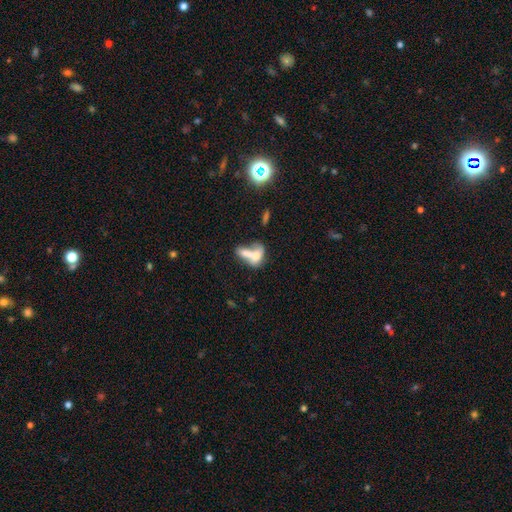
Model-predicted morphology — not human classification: A smooth galaxy with no disk features (65%) that is in between round and cigar-shaped (78%).

Vote fractions:
- Smooth or featured? smooth: 65% / featured or disk: 26% / star or artifact: 9%
- How rounded? in between: 78% / round: 13% / cigar-shaped: 10%
- Merging? merger: 69% / none: 16% / minor disturbance: 7% / major disturbance: 7%